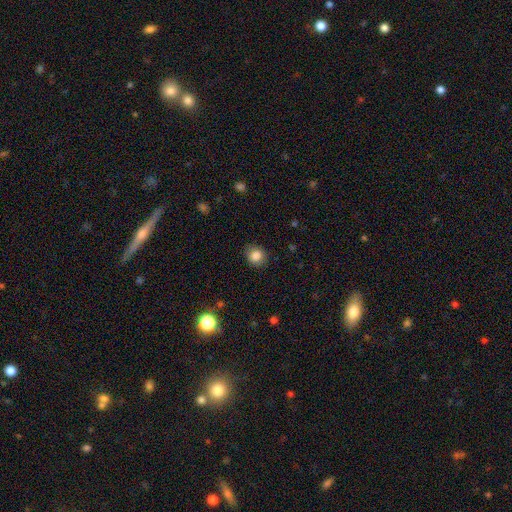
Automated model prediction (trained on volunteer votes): Overall: smooth (84%). How rounded: round (78%). Merging: none (84%).